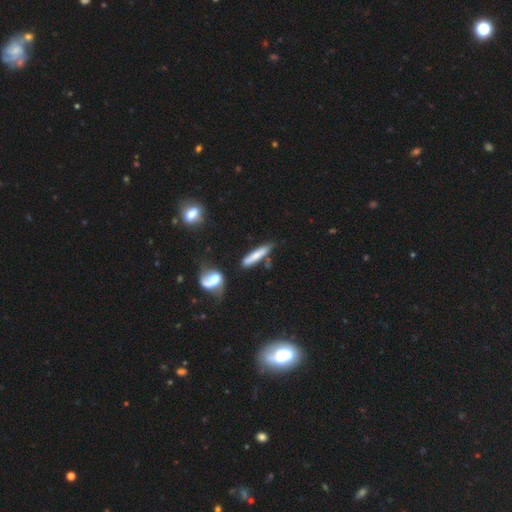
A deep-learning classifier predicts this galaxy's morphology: Smooth or featured? Predicted: smooth (p=0.59). How rounded? Predicted: cigar-shaped (p=0.87). Merging? Predicted: none (p=0.67).